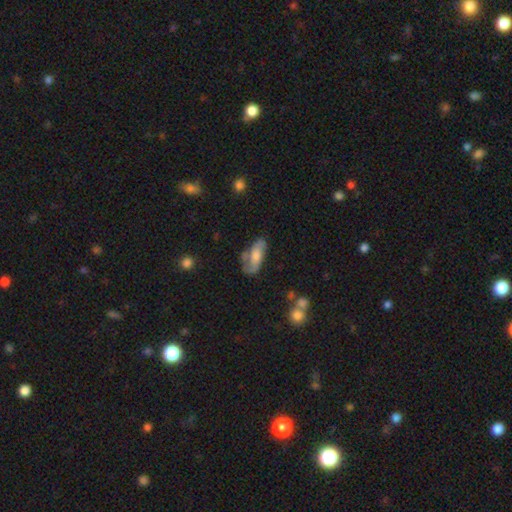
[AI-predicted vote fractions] A featured or disk galaxy (62%) with no bar (57%), spiral arms (87%) and a moderate central bulge (46%). Merging: none (59%).